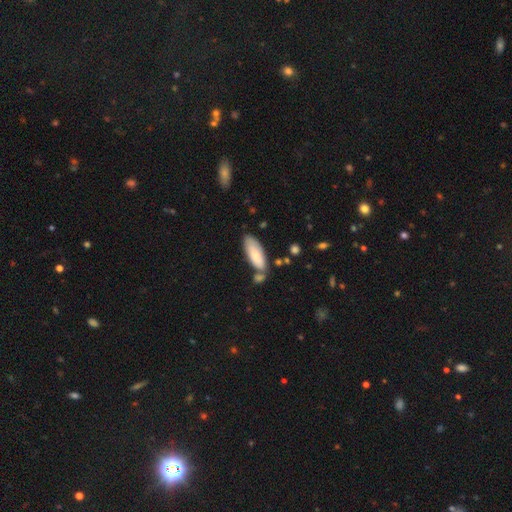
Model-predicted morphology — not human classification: Smooth or featured? Predicted: smooth (p=0.79). How rounded? Predicted: in between (p=0.72). Merging? Predicted: none (p=0.59).